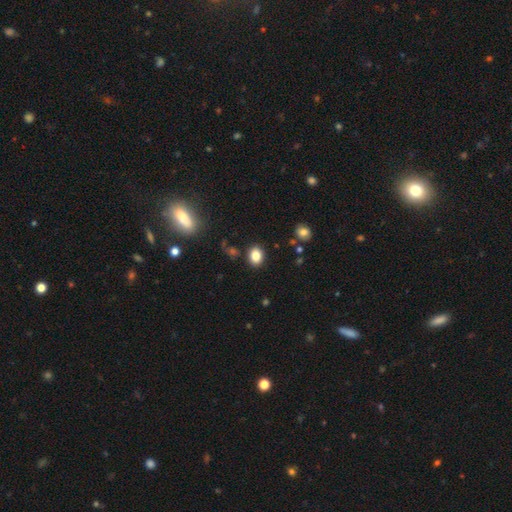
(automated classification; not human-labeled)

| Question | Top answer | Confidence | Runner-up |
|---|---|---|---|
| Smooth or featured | smooth | 84% | star or artifact (10%) |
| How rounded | in between | 62% | round (37%) |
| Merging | none | 86% | minor disturbance (9%) |